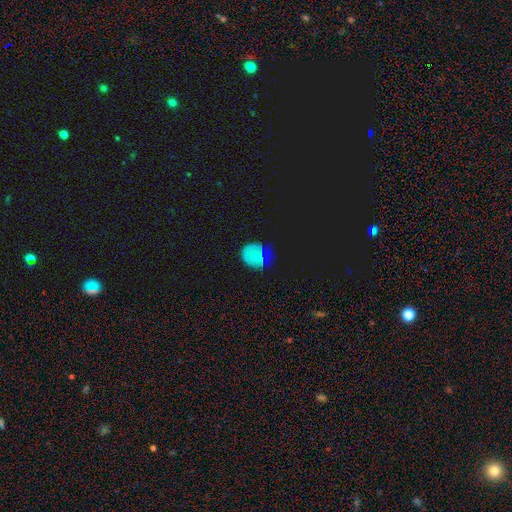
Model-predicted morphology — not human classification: This is likely a smooth galaxy (62%). How rounded: likely round (70%). Merging: possibly none (51%).